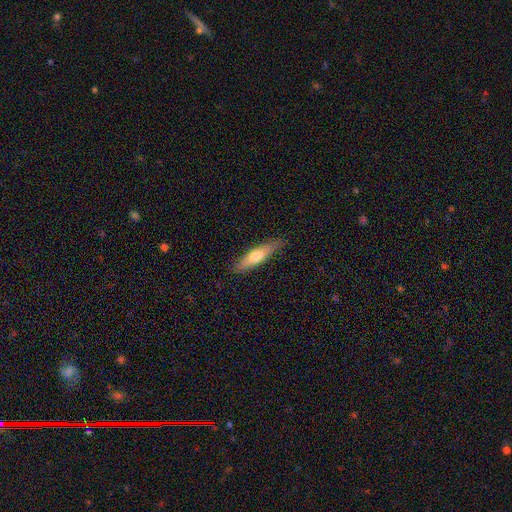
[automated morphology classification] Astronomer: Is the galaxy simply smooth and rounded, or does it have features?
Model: smooth — 58% (runner-up: featured or disk, 37%).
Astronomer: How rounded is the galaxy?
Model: cigar-shaped — 75%.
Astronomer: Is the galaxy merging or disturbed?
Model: none — 84%.